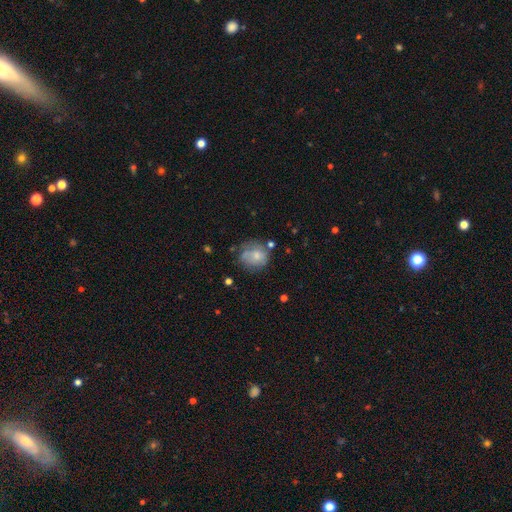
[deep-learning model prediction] smooth 63%, featured or disk 28%, star or artifact 9%. Down the decision tree: how rounded — round (71%); merging — none (49%).